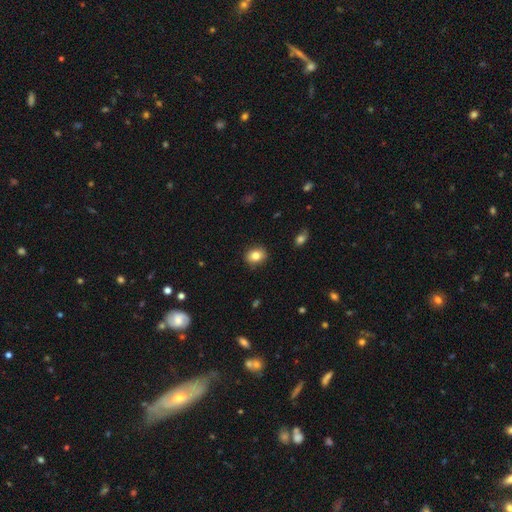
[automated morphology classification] A smooth galaxy with no disk features (83%) that is round (55%). Merging: none (89%).